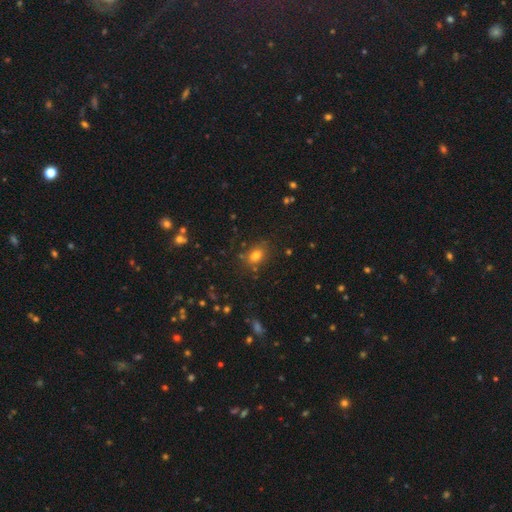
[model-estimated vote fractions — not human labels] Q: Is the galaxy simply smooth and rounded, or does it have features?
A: smooth — 78%.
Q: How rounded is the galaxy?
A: in between — 61%.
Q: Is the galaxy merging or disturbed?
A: none — 78%.